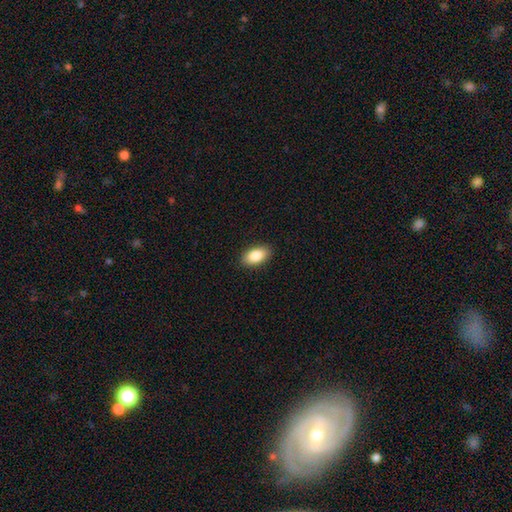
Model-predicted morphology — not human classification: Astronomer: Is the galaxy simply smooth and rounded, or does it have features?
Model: smooth — 86%.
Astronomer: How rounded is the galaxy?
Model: in between — 93%.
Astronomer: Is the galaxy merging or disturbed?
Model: none — 90%.